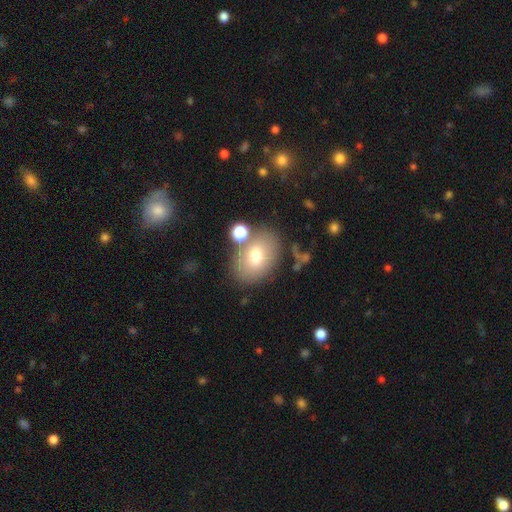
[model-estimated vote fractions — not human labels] Q: Smooth or featured?
A: smooth (70%); runner-up: featured or disk (20%)
Q: How rounded?
A: in between (79%); runner-up: round (20%)
Q: Merging?
A: none (70%); runner-up: minor disturbance (15%)